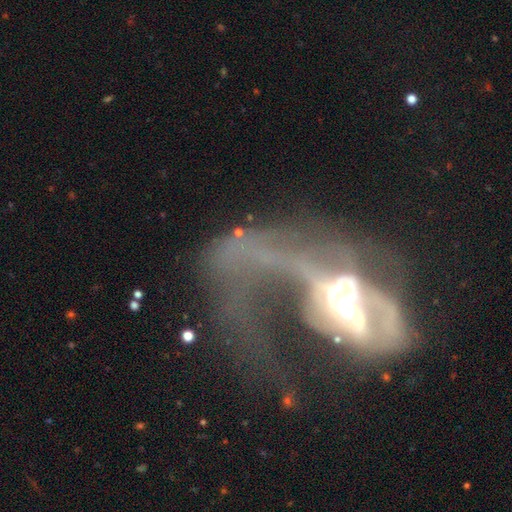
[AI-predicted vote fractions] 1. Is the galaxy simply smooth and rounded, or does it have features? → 71% featured or disk, 17% smooth, 12% star or artifact.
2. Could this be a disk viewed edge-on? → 92% no, 8% yes.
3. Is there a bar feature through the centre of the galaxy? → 60% no, 25% weak, 15% strong.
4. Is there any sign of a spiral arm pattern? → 51% yes, 49% no.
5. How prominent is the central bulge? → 55% moderate, 26% small, 11% large, 5% none, 3% dominant.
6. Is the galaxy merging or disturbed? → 49% major disturbance, 34% merger, 10% none, 7% minor disturbance.